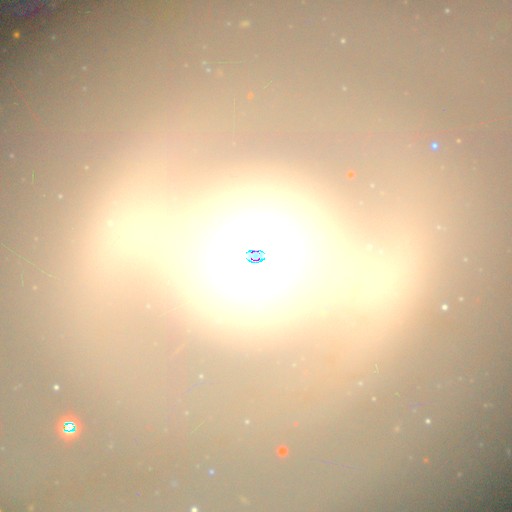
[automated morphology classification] A featured or disk galaxy (50%). Merging: none (84%).